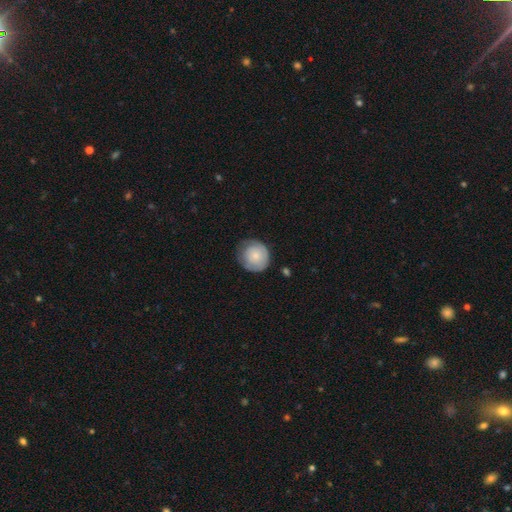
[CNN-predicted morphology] Smooth or featured: smooth — 66% (featured or disk — 28%)
How rounded: round — 86% (in between — 13%)
Merging: none — 66% (minor disturbance — 25%)